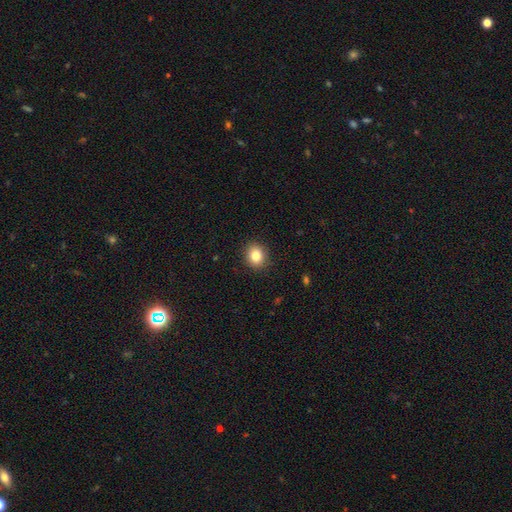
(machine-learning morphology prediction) type=smooth (84%); roundness=round (67%); merging=none (89%).